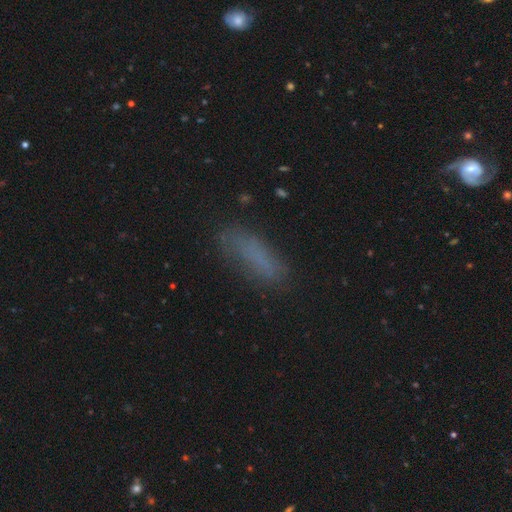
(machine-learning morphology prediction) A smooth galaxy with no disk features (73%) that is cigar-shaped (51%).

Vote fractions:
- Smooth or featured? smooth: 73% / star or artifact: 13% / featured or disk: 13%
- How rounded? cigar-shaped: 51% / in between: 46% / round: 2%
- Merging? none: 72% / minor disturbance: 19% / major disturbance: 7% / merger: 2%